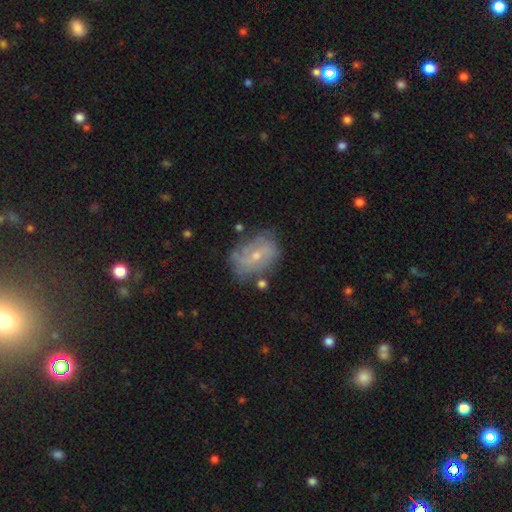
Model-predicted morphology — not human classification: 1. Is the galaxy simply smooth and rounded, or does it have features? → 63% featured or disk, 28% smooth, 9% star or artifact.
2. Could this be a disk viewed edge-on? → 96% no, 4% yes.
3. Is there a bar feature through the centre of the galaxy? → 60% no, 33% weak, 6% strong.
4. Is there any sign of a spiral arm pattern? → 72% yes, 28% no.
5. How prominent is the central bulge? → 63% small, 33% moderate, 2% none, 1% large, 1% dominant.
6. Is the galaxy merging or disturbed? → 61% none, 25% minor disturbance, 10% major disturbance, 4% merger.